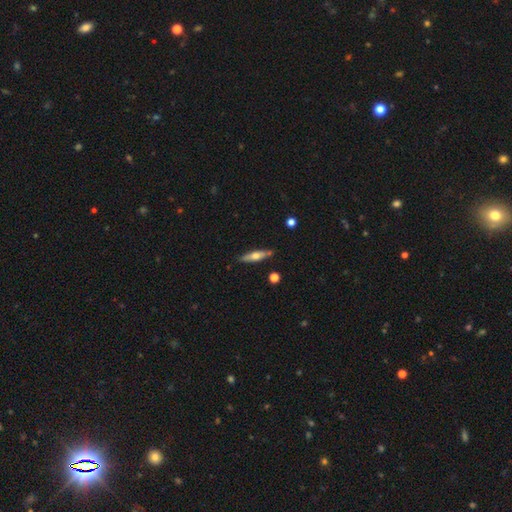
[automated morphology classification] Overall: smooth (49%; featured or disk 45%). Merging: none (81%).